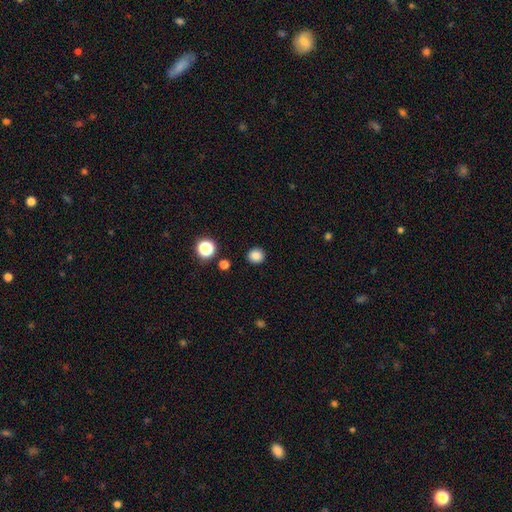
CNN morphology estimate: smooth_or_featured: smooth (p=0.84) [alt: star or artifact p=0.12]
how_rounded: round (p=0.92) [alt: in between p=0.08]
merging: none (p=0.91) [alt: minor disturbance p=0.06]